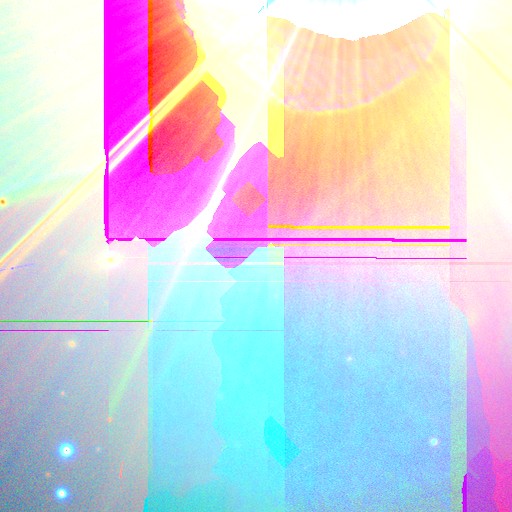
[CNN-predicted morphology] This appears to be a star or artifact, not a galaxy (85%).